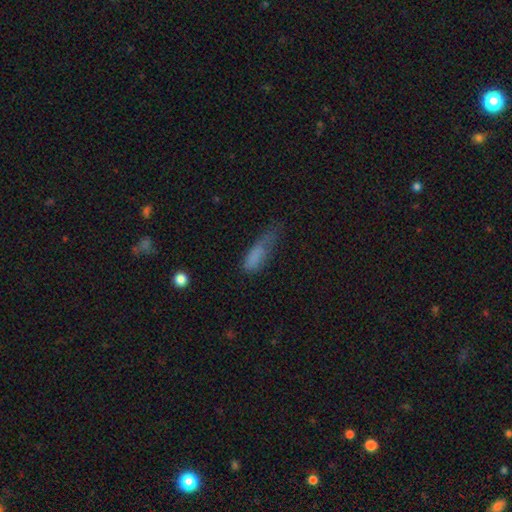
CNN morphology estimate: smooth_or_featured: smooth (p=0.76) [alt: featured or disk p=0.14]
how_rounded: in between (p=0.54) [alt: cigar-shaped p=0.42]
merging: minor disturbance (p=0.36) [alt: major disturbance p=0.33]